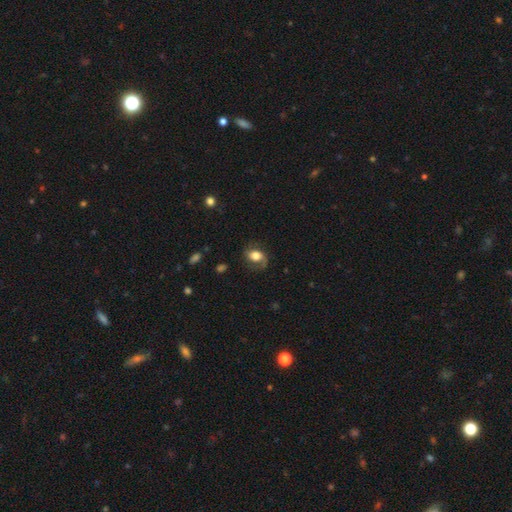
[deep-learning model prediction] smooth_or_featured: smooth (p=0.55) [alt: featured or disk p=0.37]
how_rounded: in between (p=0.70) [alt: round p=0.29]
merging: none (p=0.60) [alt: minor disturbance p=0.23]